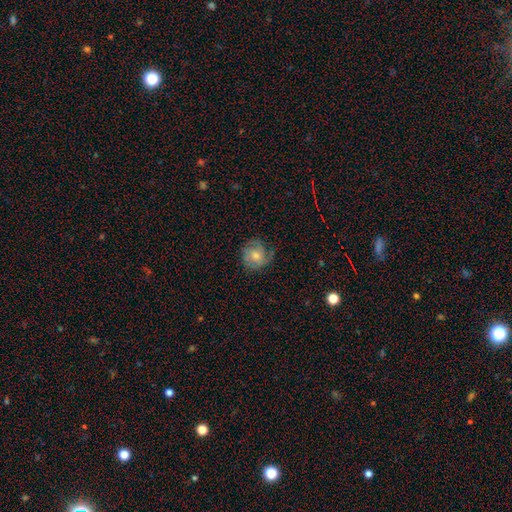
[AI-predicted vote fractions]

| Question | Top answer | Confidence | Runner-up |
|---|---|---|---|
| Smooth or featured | smooth | 51% | featured or disk (41%) |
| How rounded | round | 85% | in between (14%) |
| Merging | none | 68% | minor disturbance (22%) |